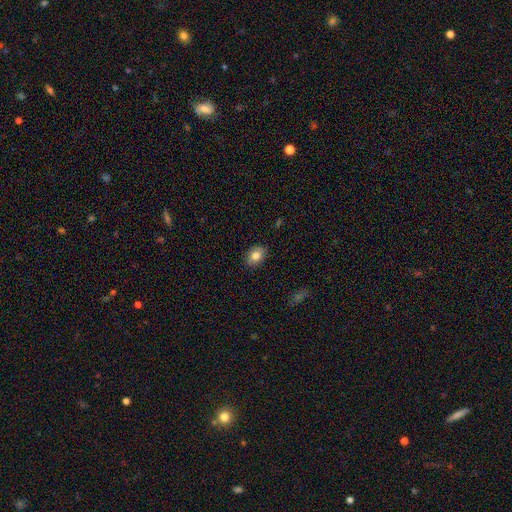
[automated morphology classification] smooth-or-featured: smooth: 80% | featured or disk: 12% | star or artifact: 8%
  how-rounded: in between: 71% | round: 28% | cigar-shaped: 1%
  merging: none: 86% | minor disturbance: 10% | major disturbance: 2% | merger: 1%